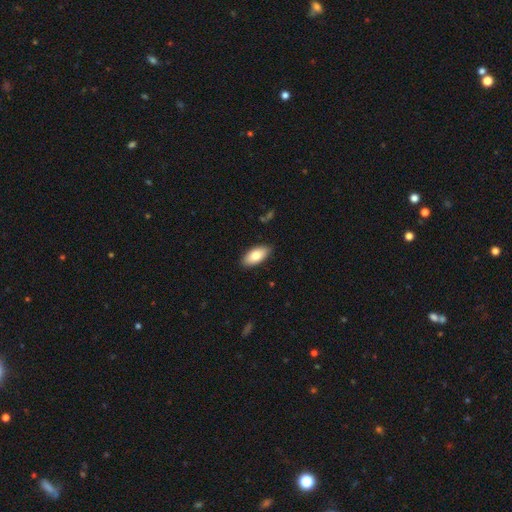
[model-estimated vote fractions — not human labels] smooth 80%, featured or disk 14%, star or artifact 6%. Down the decision tree: how rounded — in between (91%); merging — none (88%).